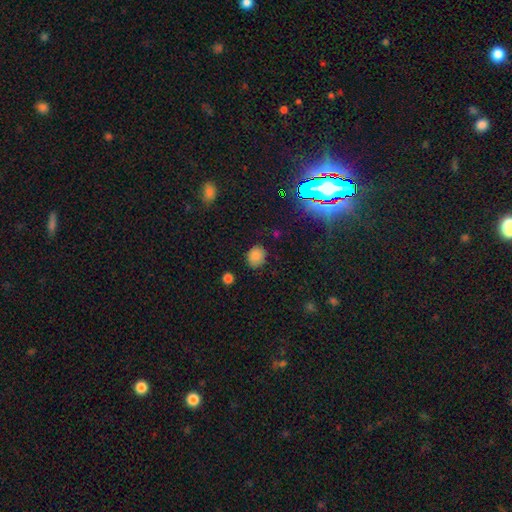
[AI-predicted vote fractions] smooth 81%, star or artifact 14%, featured or disk 5%. Down the decision tree: how rounded — round (58%); merging — none (80%).